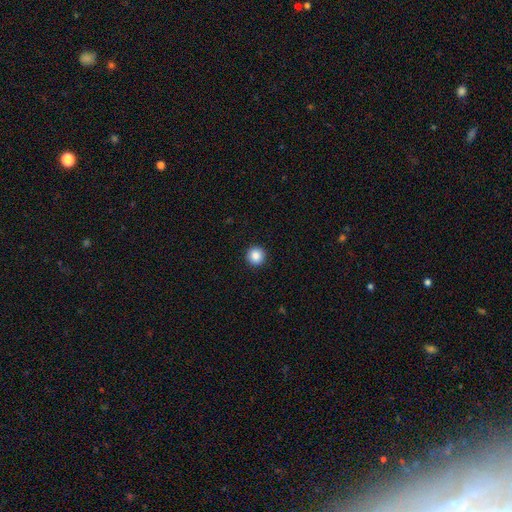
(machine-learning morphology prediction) Smooth or featured? Predicted: smooth (p=0.87). How rounded? Predicted: round (p=0.96). Merging? Predicted: none (p=0.94).